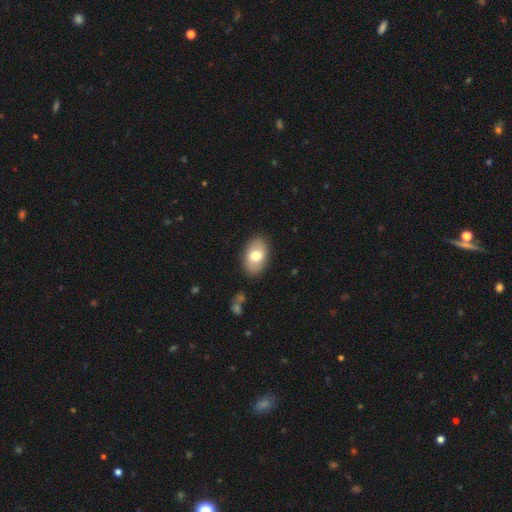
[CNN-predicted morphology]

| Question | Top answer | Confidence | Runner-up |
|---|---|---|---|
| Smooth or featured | smooth | 73% | featured or disk (20%) |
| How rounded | in between | 89% | round (10%) |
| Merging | none | 86% | minor disturbance (10%) |